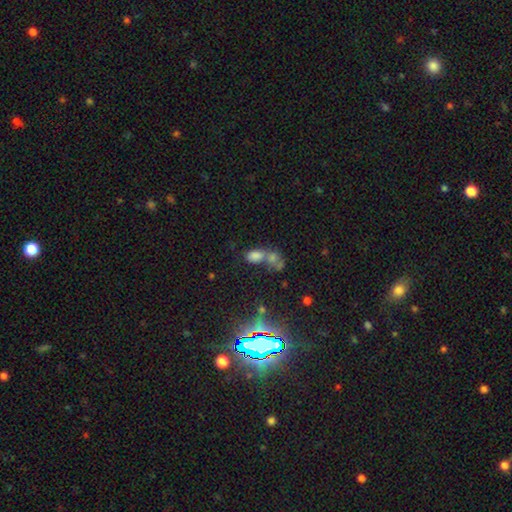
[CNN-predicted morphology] Q: Smooth or featured?
A: smooth (72%); runner-up: star or artifact (16%)
Q: How rounded?
A: in between (83%); runner-up: round (14%)
Q: Merging?
A: merger (56%); runner-up: none (27%)